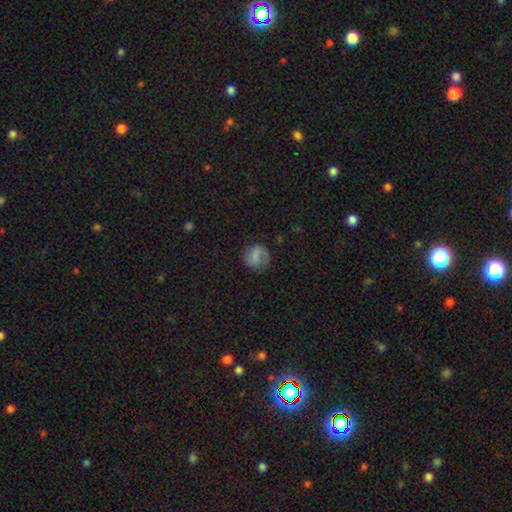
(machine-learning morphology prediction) smooth 62%, featured or disk 29%, star or artifact 10%. Down the decision tree: how rounded — round (79%); merging — none (66%).